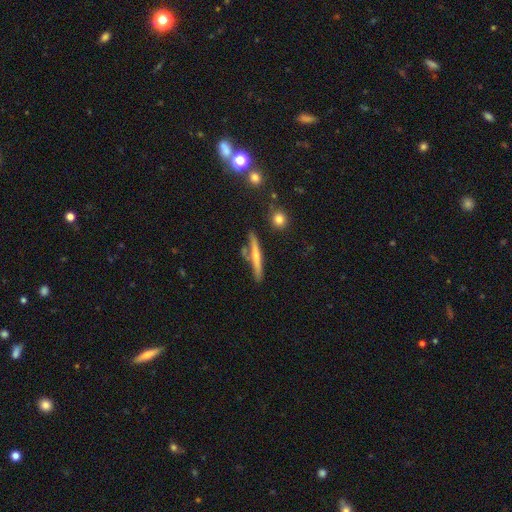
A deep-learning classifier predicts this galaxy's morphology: Overall: featured or disk (63%; smooth 27%). Edge-on disk: yes (94%). Edge-on bulge: rounded (72%). Merging: none (77%).